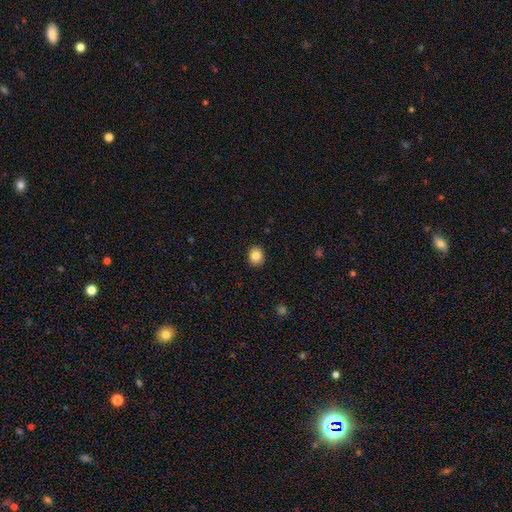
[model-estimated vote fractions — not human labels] smooth_or_featured: smooth (p=0.84) [alt: star or artifact p=0.09]
how_rounded: round (p=0.62) [alt: in between p=0.37]
merging: none (p=0.91) [alt: minor disturbance p=0.07]